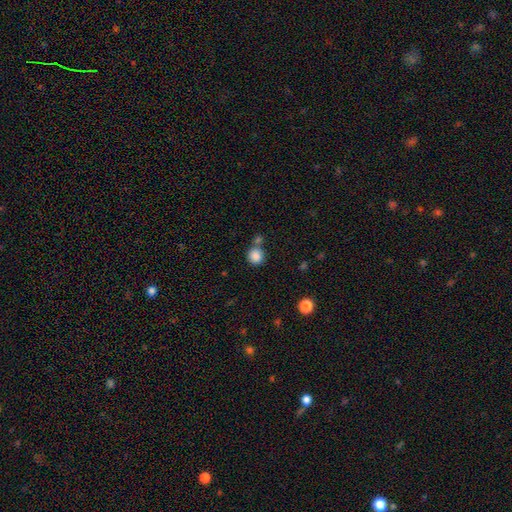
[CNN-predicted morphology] type=smooth (86%); roundness=round (90%); merging=none (65%).